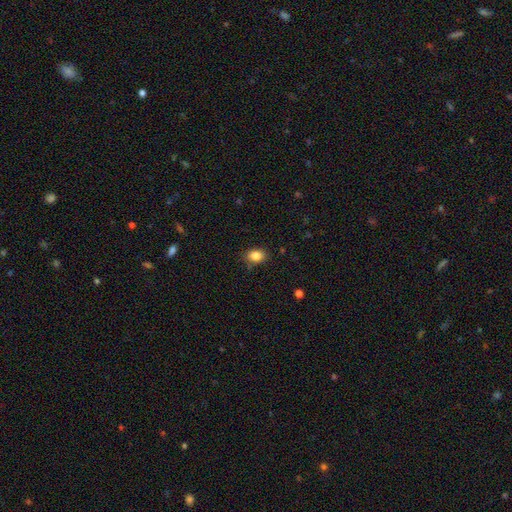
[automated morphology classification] smooth_or_featured: smooth (p=0.85) [alt: star or artifact p=0.10]
how_rounded: in between (p=0.69) [alt: round p=0.30]
merging: none (p=0.83) [alt: minor disturbance p=0.13]